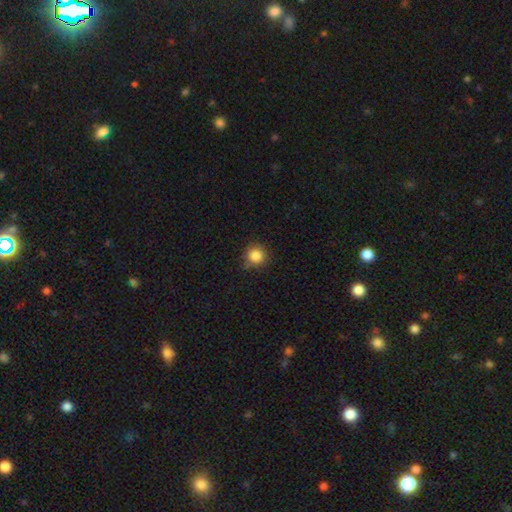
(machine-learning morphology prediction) A smooth galaxy with no disk features (85%) that is round (94%).

Vote fractions:
- Smooth or featured? smooth: 85% / star or artifact: 11% / featured or disk: 4%
- How rounded? round: 94% / in between: 5% / cigar-shaped: 1%
- Merging? none: 85% / minor disturbance: 11% / major disturbance: 2% / merger: 1%